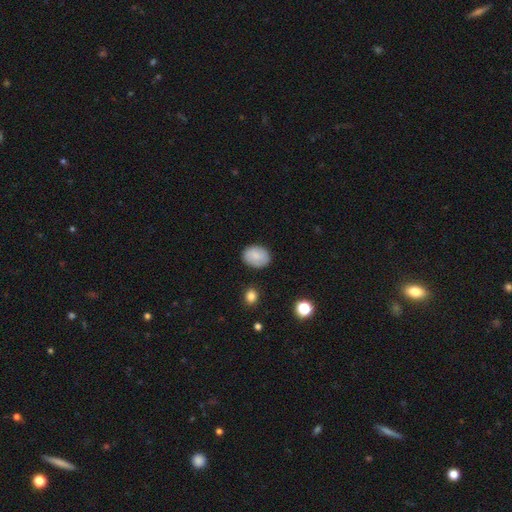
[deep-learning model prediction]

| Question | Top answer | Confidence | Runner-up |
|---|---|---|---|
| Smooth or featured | smooth | 82% | featured or disk (10%) |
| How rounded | in between | 62% | round (37%) |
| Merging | none | 85% | minor disturbance (11%) |